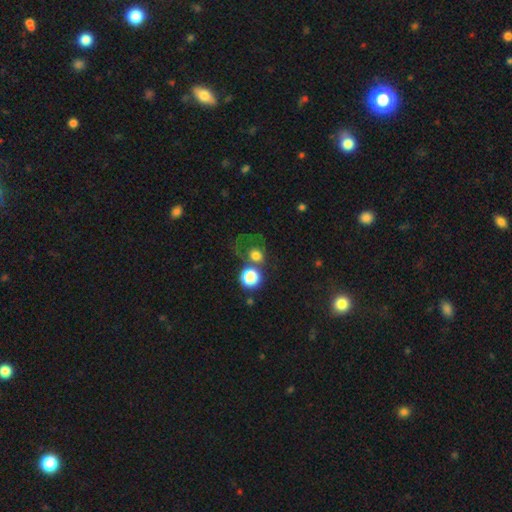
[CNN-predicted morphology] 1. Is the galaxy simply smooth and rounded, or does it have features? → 69% smooth, 16% star or artifact, 15% featured or disk.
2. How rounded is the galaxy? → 80% round, 19% in between, 1% cigar-shaped.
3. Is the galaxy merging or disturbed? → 42% none, 29% merger, 17% major disturbance, 12% minor disturbance.